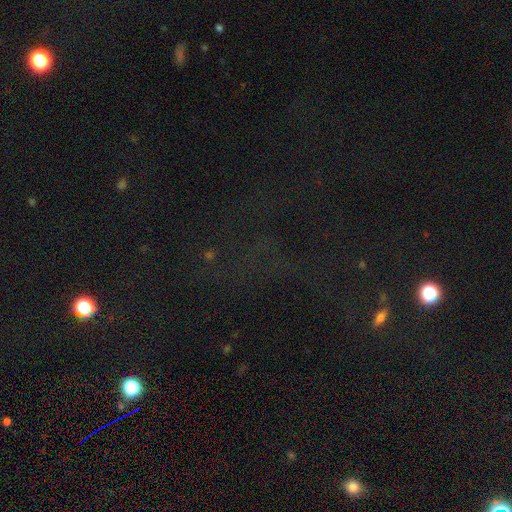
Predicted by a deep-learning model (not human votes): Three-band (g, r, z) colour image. It shows a star or artifact, not a galaxy (68%).